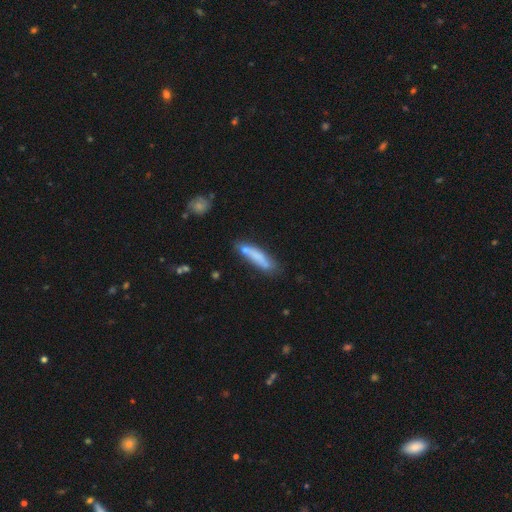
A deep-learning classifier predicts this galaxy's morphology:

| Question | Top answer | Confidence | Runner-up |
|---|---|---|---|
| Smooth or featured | smooth | 70% | featured or disk (22%) |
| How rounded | cigar-shaped | 81% | in between (17%) |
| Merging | none | 59% | minor disturbance (25%) |